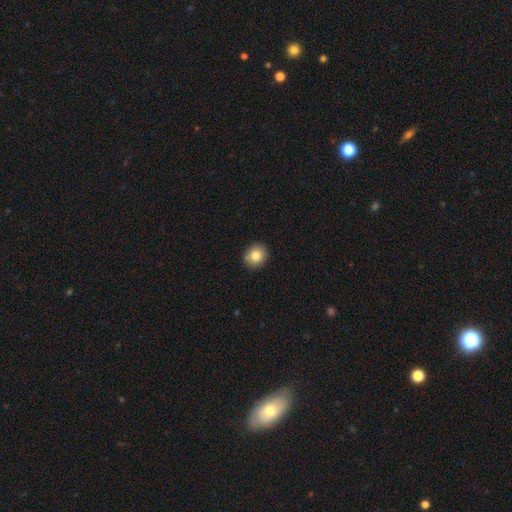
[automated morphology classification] A smooth galaxy with no disk features (82%) that is round (74%).

Vote fractions:
- Smooth or featured? smooth: 82% / star or artifact: 9% / featured or disk: 9%
- How rounded? round: 74% / in between: 25% / cigar-shaped: 1%
- Merging? none: 89% / minor disturbance: 8% / major disturbance: 2% / merger: 1%